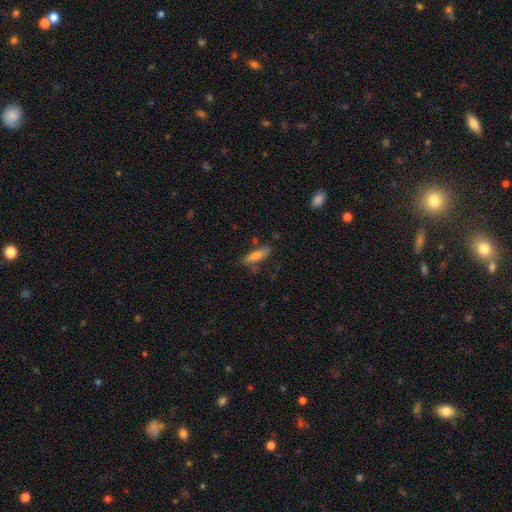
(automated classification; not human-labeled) smooth 67%, featured or disk 25%, star or artifact 8%. Down the decision tree: how rounded — cigar-shaped (72%); merging — none (76%).